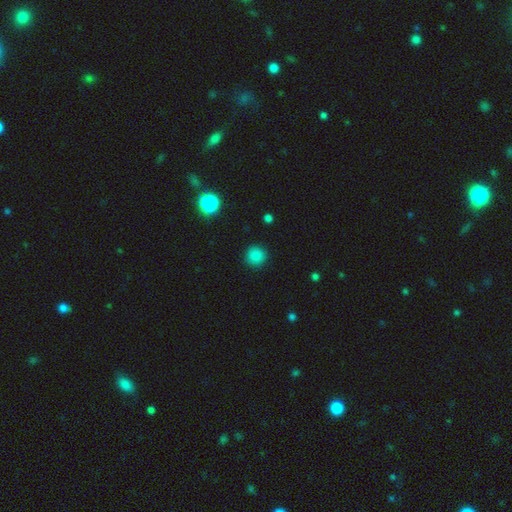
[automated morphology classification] A smooth galaxy with no disk features (85%) that is round (94%).

Vote fractions:
- Smooth or featured? smooth: 85% / star or artifact: 12% / featured or disk: 3%
- How rounded? round: 94% / in between: 5% / cigar-shaped: 1%
- Merging? none: 90% / minor disturbance: 6% / major disturbance: 2% / merger: 1%